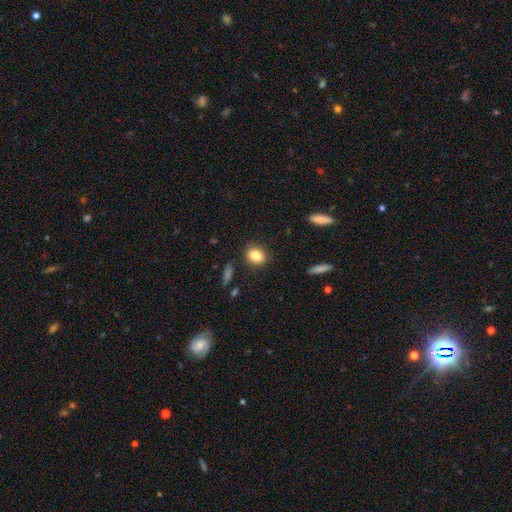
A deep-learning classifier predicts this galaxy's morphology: smooth 84%, star or artifact 9%, featured or disk 7%. Down the decision tree: how rounded — round (51%); merging — none (87%).